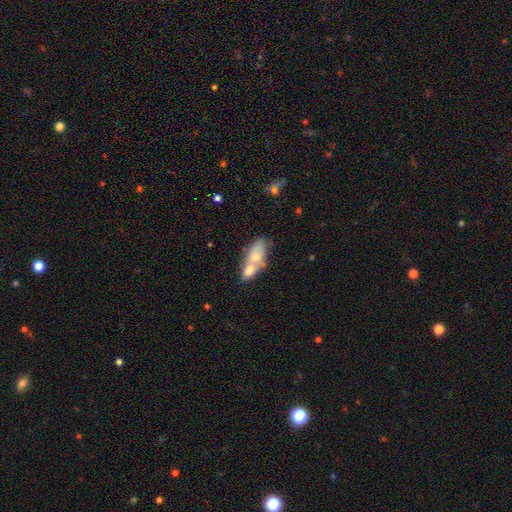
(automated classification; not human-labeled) Smooth or featured? Predicted: smooth (p=0.66). How rounded? Predicted: in between (p=0.82). Merging? Predicted: merger (p=0.63).